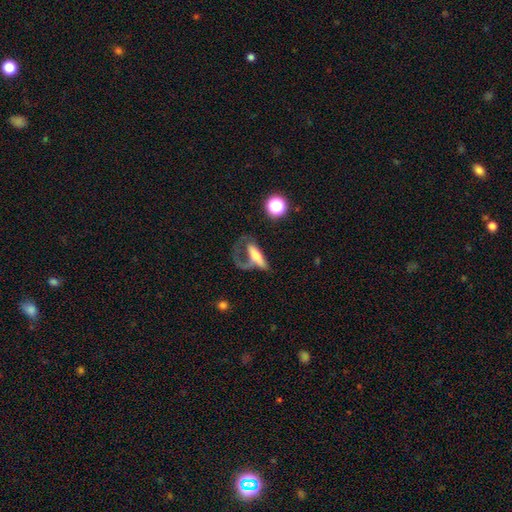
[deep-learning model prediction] smooth 47%, featured or disk 43%, star or artifact 9%. Down the decision tree: merging — major disturbance (56%).